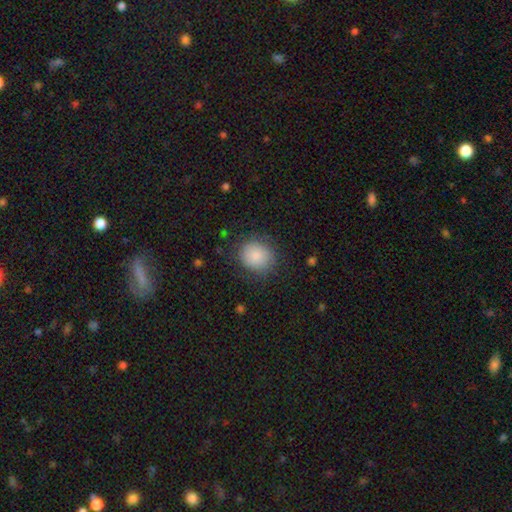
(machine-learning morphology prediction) A smooth galaxy with no disk features (84%) that is round (74%).

Vote fractions:
- Smooth or featured? smooth: 84% / featured or disk: 8% / star or artifact: 8%
- How rounded? round: 74% / in between: 25% / cigar-shaped: 1%
- Merging? none: 76% / minor disturbance: 16% / major disturbance: 6% / merger: 1%